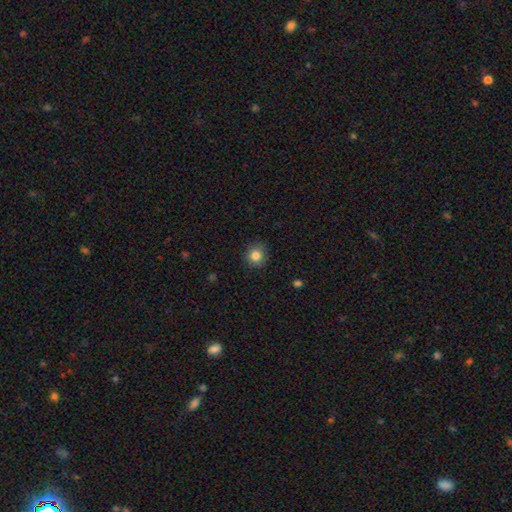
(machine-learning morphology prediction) Smooth or featured: smooth — 84% (star or artifact — 11%)
How rounded: round — 91% (in between — 8%)
Merging: none — 89% (minor disturbance — 8%)